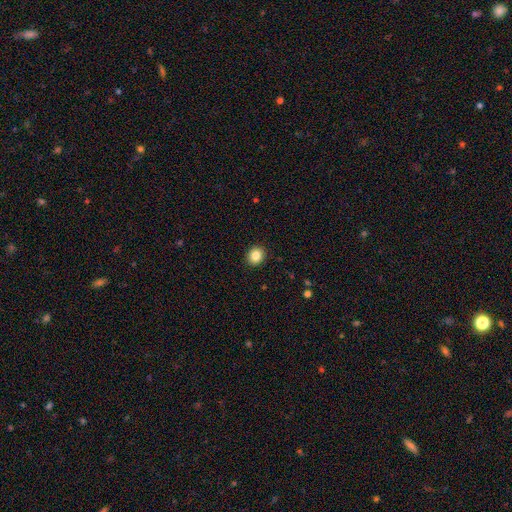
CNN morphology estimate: Q: Smooth or featured?
A: smooth (85%); runner-up: star or artifact (10%)
Q: How rounded?
A: round (75%); runner-up: in between (24%)
Q: Merging?
A: none (92%); runner-up: minor disturbance (5%)